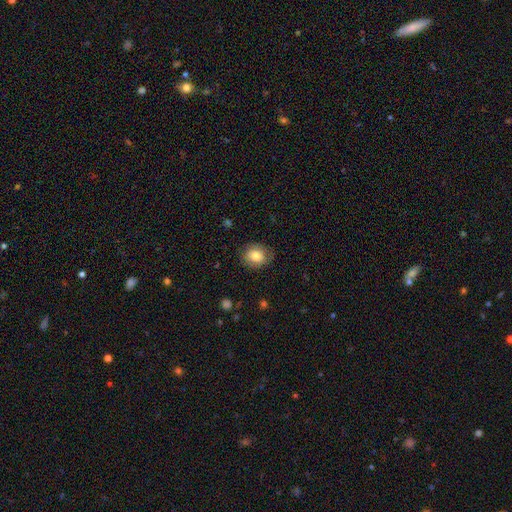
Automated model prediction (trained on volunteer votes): The model was most divided on "how rounded": round: 62%, in between: 37%, cigar-shaped: 1%. More confident: merging — none (78%); smooth or featured — smooth (74%).